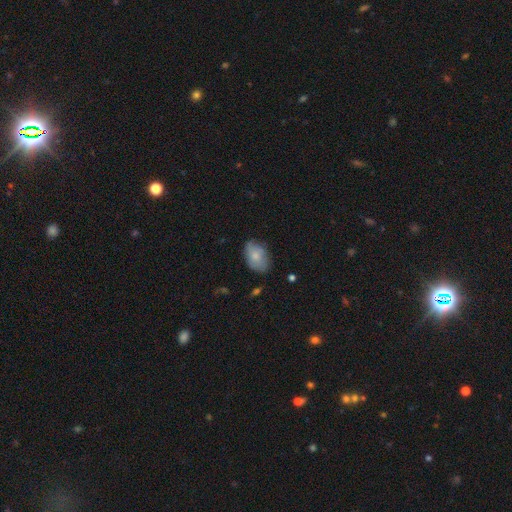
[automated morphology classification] Smooth or featured? smooth (76%)
How rounded? in between (87%)
Merging? none (65%)